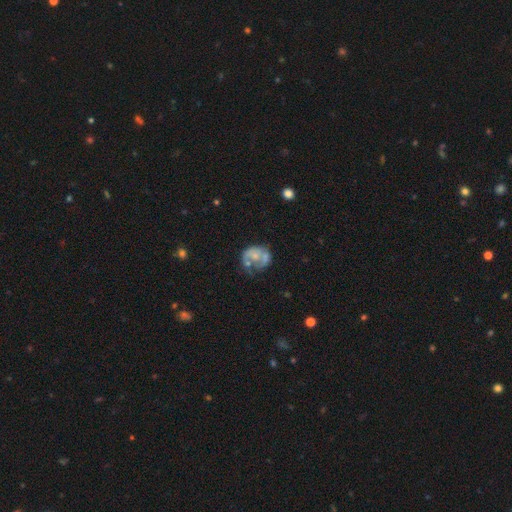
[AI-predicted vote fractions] A featured or disk galaxy (54%) with no bar (85%), no spiral arms (67%) and a small central bulge (38%).

Vote fractions:
- Smooth or featured? featured or disk: 54% / smooth: 38% / star or artifact: 9%
- Edge-on disk? no: 98% / yes: 2%
- Bar? no: 85% / weak: 12% / strong: 3%
- Spiral arms? no: 67% / yes: 33%
- Bulge size? small: 38% / moderate: 30% / none: 27% / large: 3% / dominant: 2%
- Merging? none: 30% / major disturbance: 29% / minor disturbance: 23% / merger: 18%